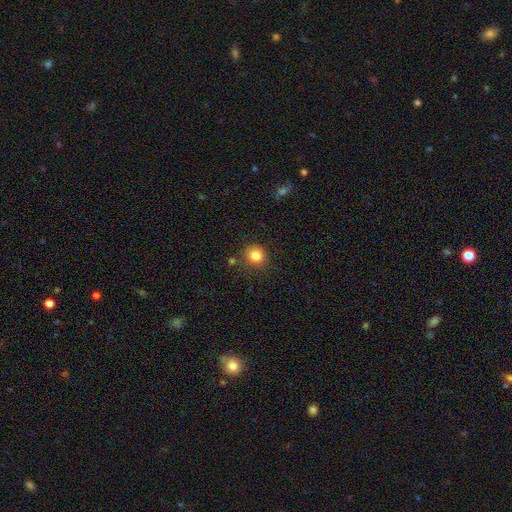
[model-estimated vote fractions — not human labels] smooth-or-featured: smooth: 83% | star or artifact: 11% | featured or disk: 5%
  how-rounded: round: 91% | in between: 8% | cigar-shaped: 1%
  merging: none: 83% | minor disturbance: 10% | merger: 4% | major disturbance: 3%